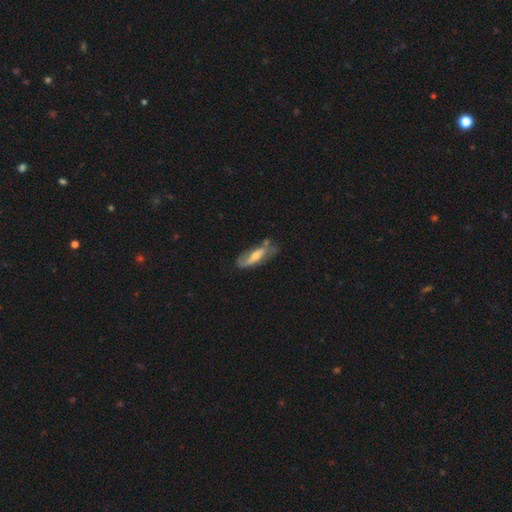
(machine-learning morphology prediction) Overall: featured or disk (64%; smooth 30%). Edge-on disk: no (72%). Merging: none (52%; minor disturbance 27%).